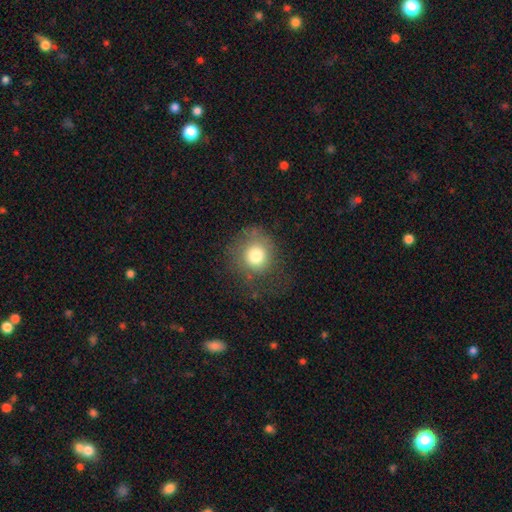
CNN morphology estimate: This appears to be a smooth galaxy with no disk features (77%) that is round (86%). Merging: none (62%).